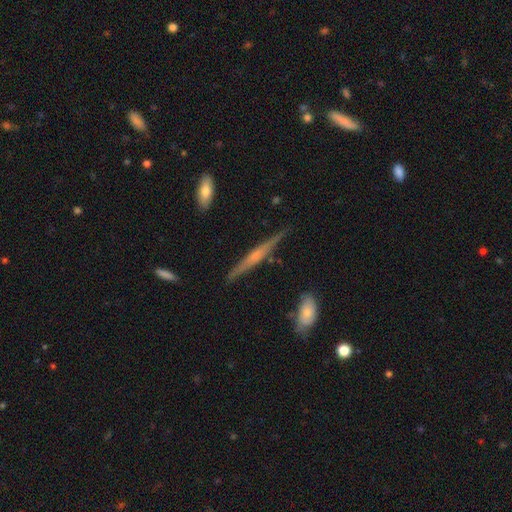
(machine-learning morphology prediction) This is likely a featured or disk galaxy (69%). It is clearly viewed edge-on (97%). Edge-on bulge: possibly rounded (54%). Merging: clearly none (85%).